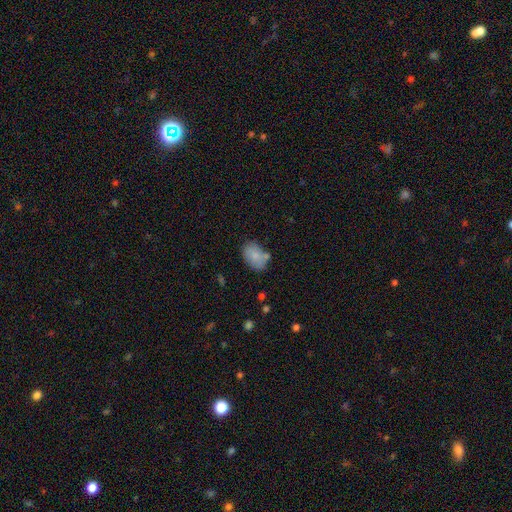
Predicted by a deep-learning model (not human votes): Smooth or featured: smooth — 81% (featured or disk — 12%)
How rounded: in between — 85% (round — 14%)
Merging: none — 64% (minor disturbance — 19%)